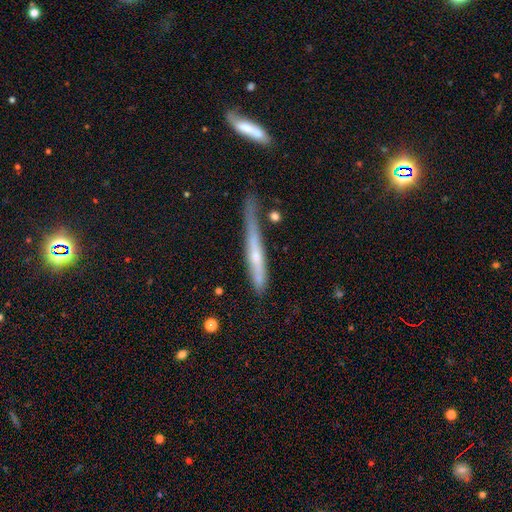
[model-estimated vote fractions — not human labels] Smooth or featured: featured or disk — 53% (smooth — 36%)
Edge-on disk: yes — 90% (no — 10%)
Merging: none — 61% (minor disturbance — 26%)